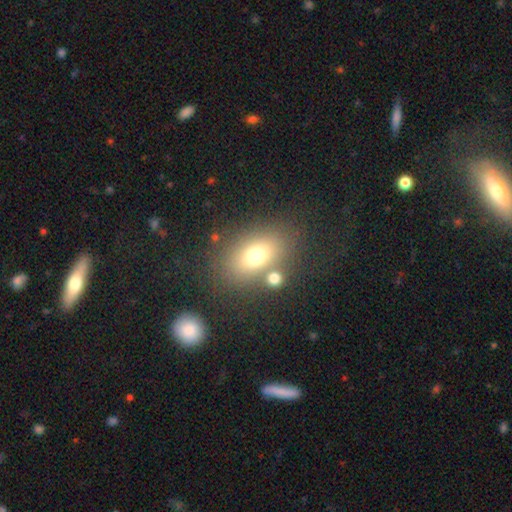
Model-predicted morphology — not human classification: This appears to be a smooth galaxy with no disk features (71%) that is in between round and cigar-shaped (76%). Merging: none (70%).